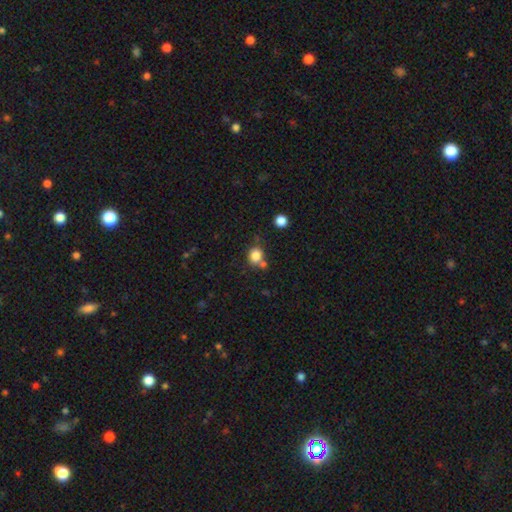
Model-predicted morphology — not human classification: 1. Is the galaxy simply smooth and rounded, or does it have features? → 82% smooth, 11% star or artifact, 6% featured or disk.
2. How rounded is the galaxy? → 76% round, 23% in between, 1% cigar-shaped.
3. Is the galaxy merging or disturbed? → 64% none, 20% merger, 13% minor disturbance, 4% major disturbance.